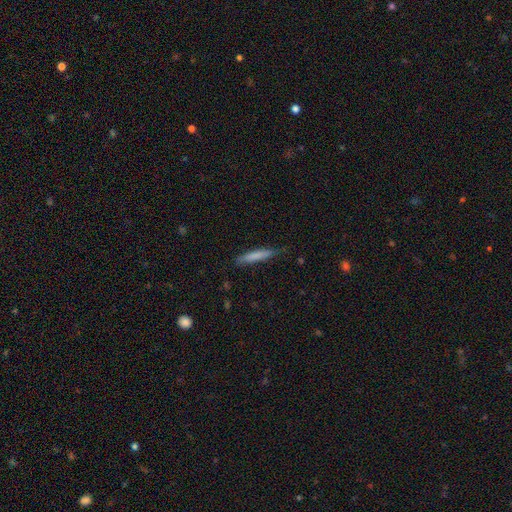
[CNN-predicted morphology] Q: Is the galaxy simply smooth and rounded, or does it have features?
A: smooth — 75%.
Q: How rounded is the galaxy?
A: cigar-shaped — 92%.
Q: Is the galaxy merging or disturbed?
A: none — 81%.